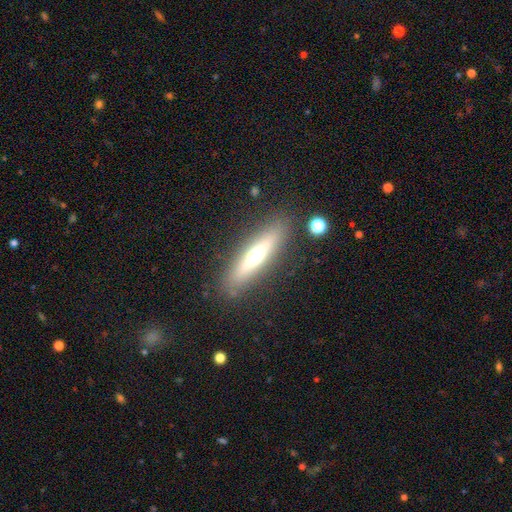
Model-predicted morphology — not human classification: Overall: featured or disk (49%; smooth 44%). Merging: none (86%).